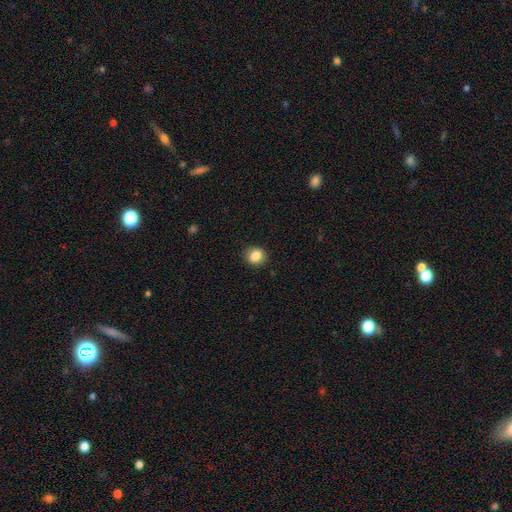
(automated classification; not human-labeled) Smooth or featured?
  - smooth: 86% *
  - star or artifact: 9%
  - featured or disk: 4%
How rounded?
  - round: 74% *
  - in between: 25%
  - cigar-shaped: 1%
Merging?
  - none: 88% *
  - minor disturbance: 9%
  - major disturbance: 2%
  - merger: 1%